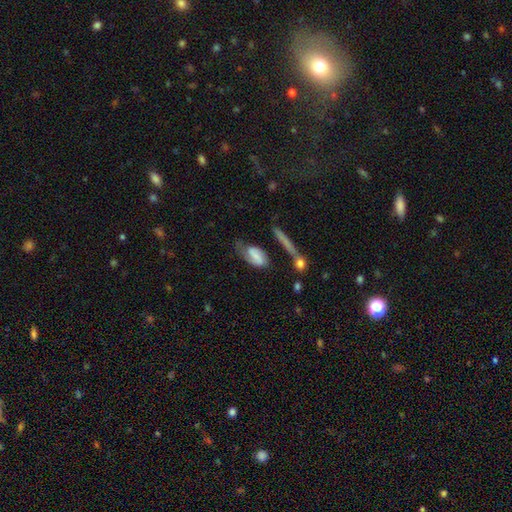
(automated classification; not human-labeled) Overall: featured or disk (55%; smooth 37%). Edge-on disk: no (93%). Bar: weak (40%; no 32%). Spiral arms: yes (85%). Bulge size: small (36%; none 35%). Merging: none (47%; minor disturbance 26%).